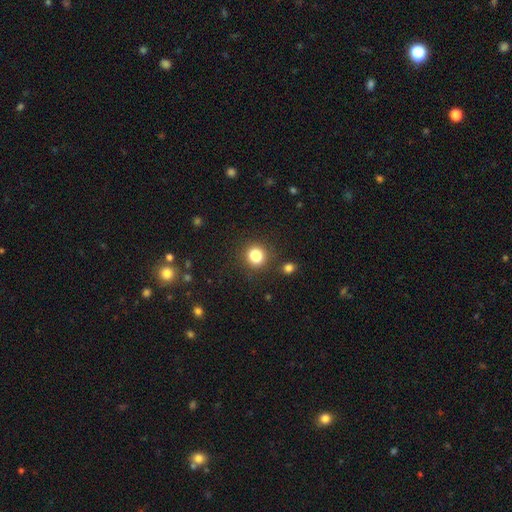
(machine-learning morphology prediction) This appears to be a smooth galaxy with no disk features (87%) that is round (86%). Merging: none (83%).